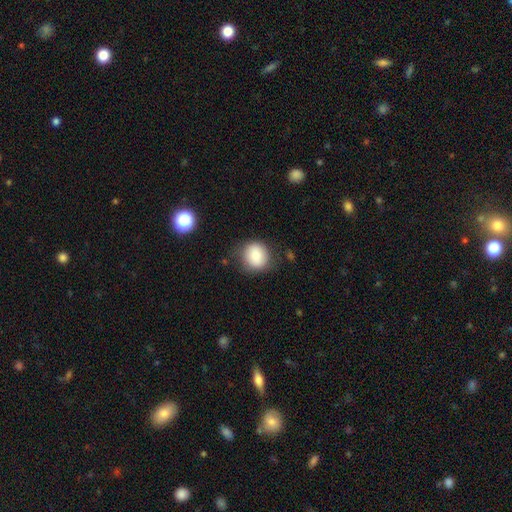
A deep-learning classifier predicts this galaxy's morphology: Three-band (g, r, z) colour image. It shows a smooth galaxy with no disk features (81%) that is round (84%). Merging: none (79%).